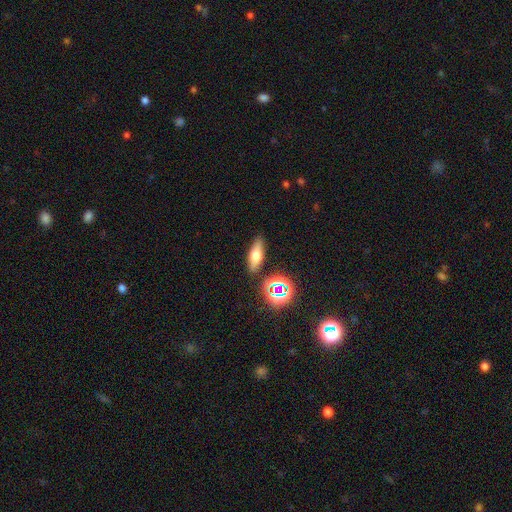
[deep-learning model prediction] smooth-or-featured: smooth: 59% | featured or disk: 28% | star or artifact: 14%
  how-rounded: in between: 58% | cigar-shaped: 35% | round: 7%
  merging: none: 84% | minor disturbance: 10% | merger: 4% | major disturbance: 3%